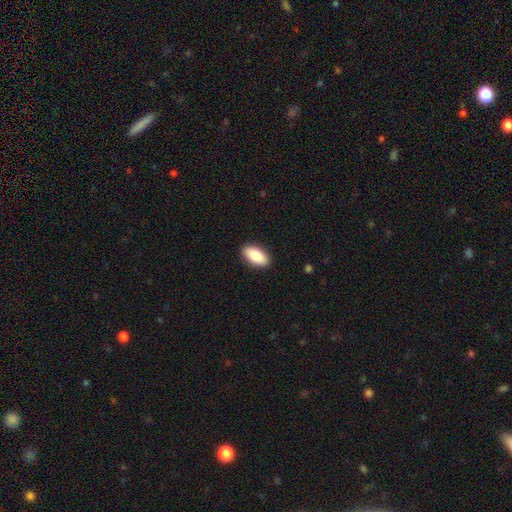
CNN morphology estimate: smooth_or_featured: smooth (p=0.84) [alt: featured or disk p=0.10]
how_rounded: in between (p=0.91) [alt: cigar-shaped p=0.06]
merging: none (p=0.90) [alt: minor disturbance p=0.07]